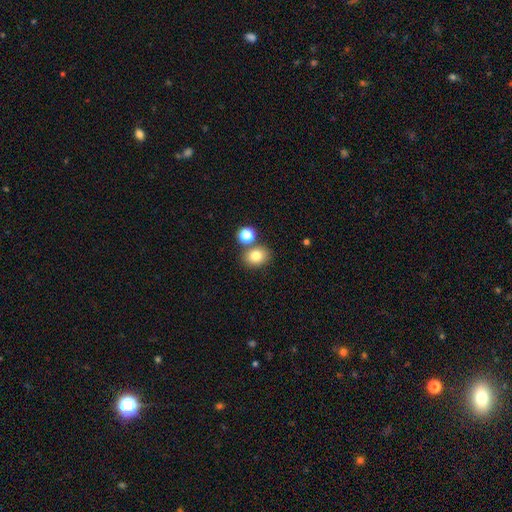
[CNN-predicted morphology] A smooth galaxy with no disk features (79%) that is round (54%).

Vote fractions:
- Smooth or featured? smooth: 79% / star or artifact: 12% / featured or disk: 8%
- How rounded? round: 54% / in between: 45% / cigar-shaped: 1%
- Merging? none: 72% / merger: 16% / minor disturbance: 10% / major disturbance: 3%